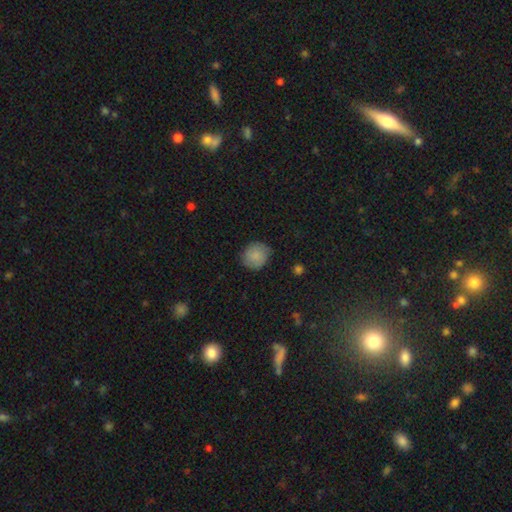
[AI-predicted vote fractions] This appears to be a smooth galaxy with no disk features (82%) that is round (77%). Merging: none (79%).